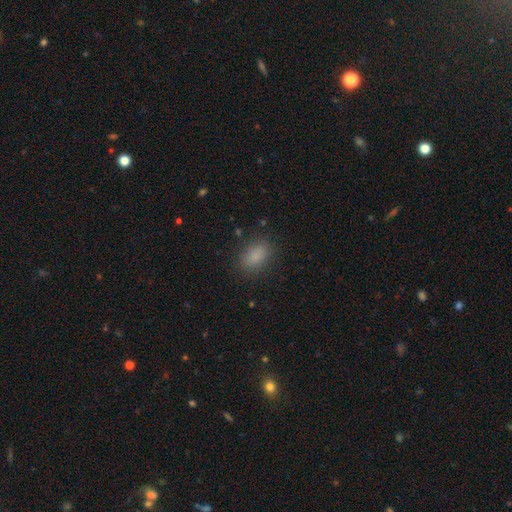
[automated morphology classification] type=smooth (85%); roundness=in between (88%); merging=none (85%).